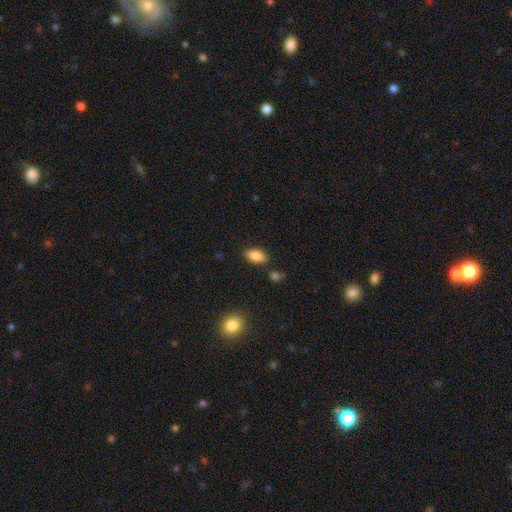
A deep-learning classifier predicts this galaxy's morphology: This appears to be a smooth galaxy with no disk features (87%) that is in between round and cigar-shaped (92%). Merging: none (83%).